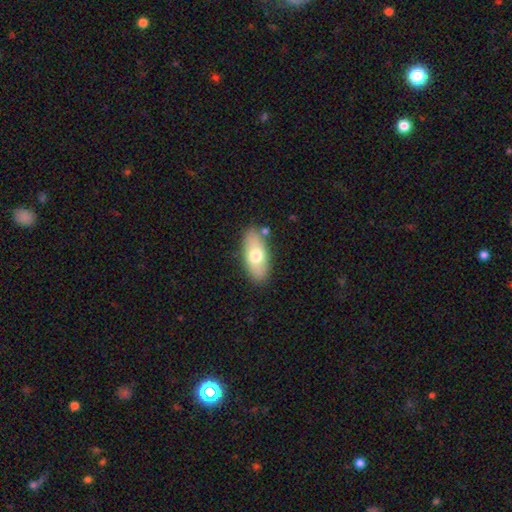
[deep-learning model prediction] smooth 68%, featured or disk 26%, star or artifact 6%. Down the decision tree: how rounded — in between (87%); merging — none (81%).